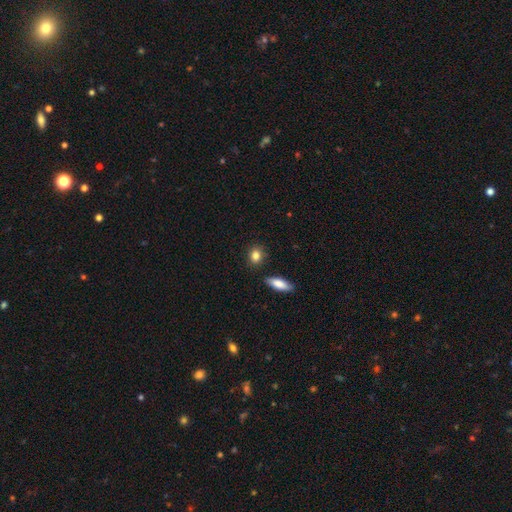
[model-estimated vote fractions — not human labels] Smooth or featured? smooth (85%)
How rounded? in between (49%)
Merging? none (84%)